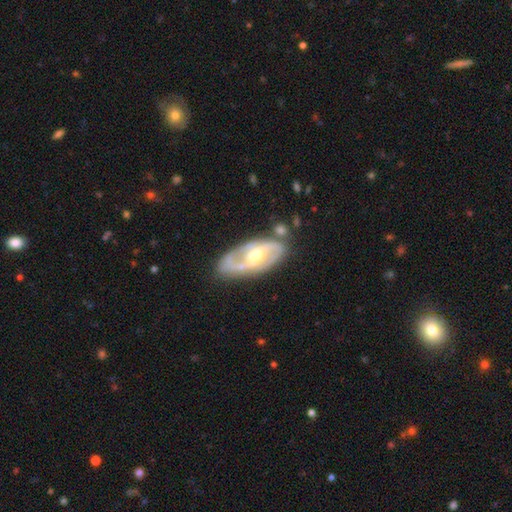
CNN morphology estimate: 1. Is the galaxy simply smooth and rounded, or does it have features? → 85% featured or disk, 11% smooth, 4% star or artifact.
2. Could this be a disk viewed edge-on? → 93% no, 7% yes.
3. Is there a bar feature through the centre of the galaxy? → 44% weak, 29% strong, 27% no.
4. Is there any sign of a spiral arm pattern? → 91% yes, 9% no.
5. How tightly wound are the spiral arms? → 52% medium, 27% tight, 21% loose.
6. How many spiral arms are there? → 87% 2, 7% can't tell, 2% 1, 2% 3, 1% 4, 1% more than 4.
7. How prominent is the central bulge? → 69% moderate, 21% small, 8% large, 1% none, 1% dominant.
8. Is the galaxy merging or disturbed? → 72% none, 17% minor disturbance, 6% merger, 5% major disturbance.